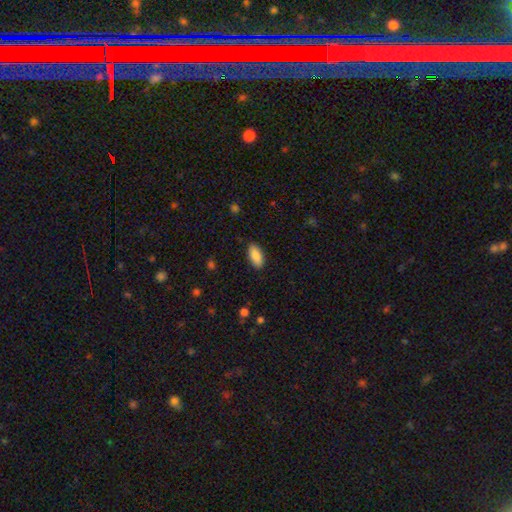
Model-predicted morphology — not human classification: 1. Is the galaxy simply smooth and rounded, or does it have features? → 90% smooth, 6% star or artifact, 4% featured or disk.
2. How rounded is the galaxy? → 89% in between, 9% cigar-shaped, 2% round.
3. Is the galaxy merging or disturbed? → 88% none, 8% minor disturbance, 2% major disturbance, 1% merger.